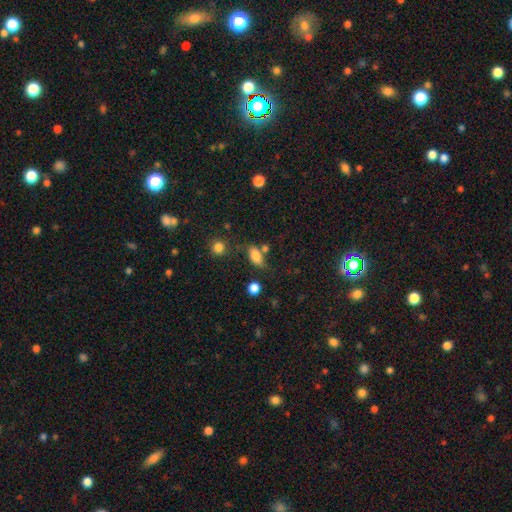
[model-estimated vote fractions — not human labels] A smooth galaxy with no disk features (81%) that is in between round and cigar-shaped (85%).

Vote fractions:
- Smooth or featured? smooth: 81% / star or artifact: 11% / featured or disk: 9%
- How rounded? in between: 85% / cigar-shaped: 8% / round: 7%
- Merging? none: 60% / minor disturbance: 19% / merger: 14% / major disturbance: 7%